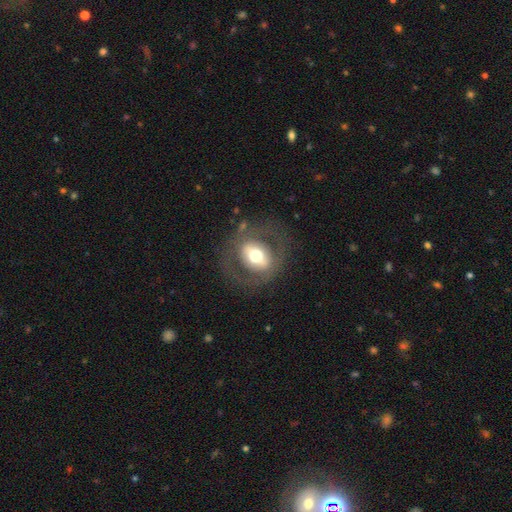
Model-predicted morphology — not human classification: smooth-or-featured: featured or disk: 51% | smooth: 41% | star or artifact: 8%
  disk-edge-on: no: 92% | yes: 8%
  merging: none: 76% | minor disturbance: 12% | major disturbance: 11% | merger: 1%